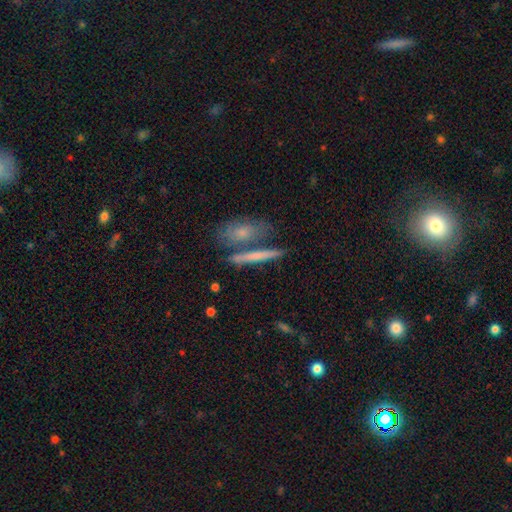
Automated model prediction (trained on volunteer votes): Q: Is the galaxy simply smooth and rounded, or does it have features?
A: smooth — 52%.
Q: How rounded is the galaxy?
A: cigar-shaped — 81%.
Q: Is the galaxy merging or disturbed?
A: none — 66%.